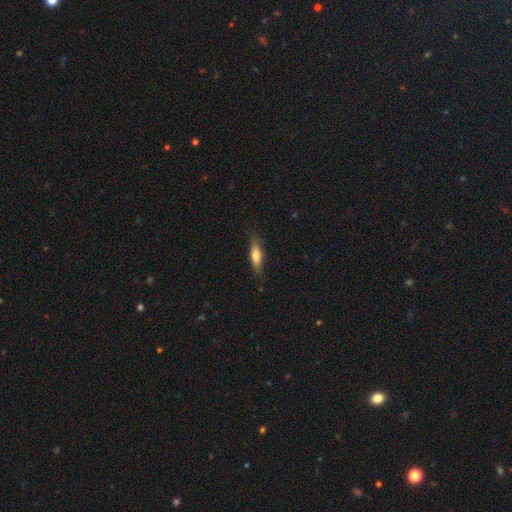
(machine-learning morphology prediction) smooth 68%, featured or disk 26%, star or artifact 6%. Down the decision tree: how rounded — cigar-shaped (62%); merging — none (80%).